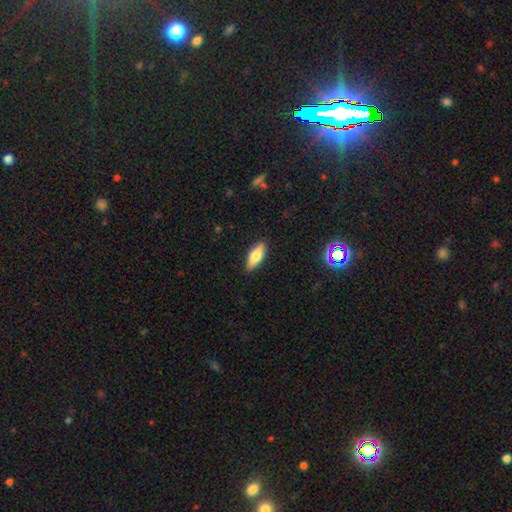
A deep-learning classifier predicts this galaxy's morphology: Q: Smooth or featured?
A: smooth (57%); runner-up: featured or disk (36%)
Q: How rounded?
A: in between (62%); runner-up: cigar-shaped (35%)
Q: Merging?
A: none (89%); runner-up: minor disturbance (8%)